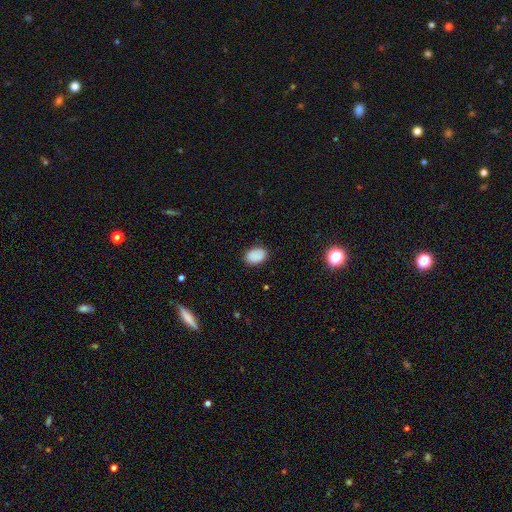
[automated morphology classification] Q: Smooth or featured?
A: smooth (87%); runner-up: star or artifact (9%)
Q: How rounded?
A: in between (86%); runner-up: round (13%)
Q: Merging?
A: none (85%); runner-up: minor disturbance (11%)